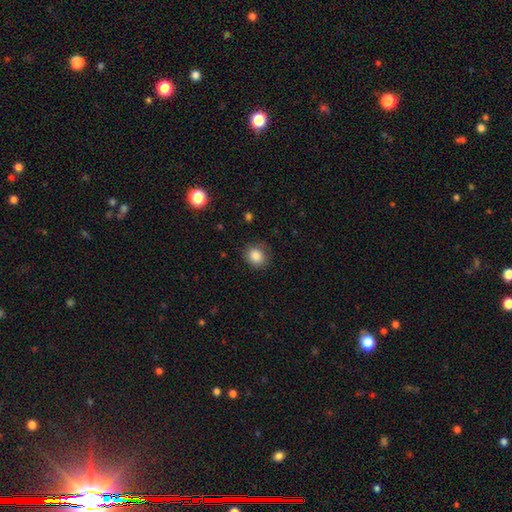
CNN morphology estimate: Overall: smooth (85%). How rounded: round (73%). Merging: none (82%).